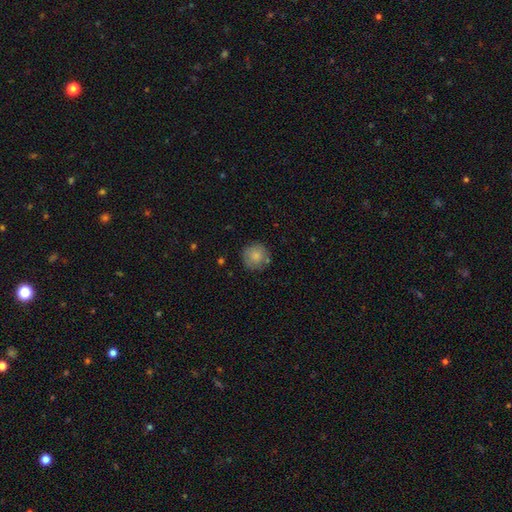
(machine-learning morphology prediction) smooth 81%, featured or disk 11%, star or artifact 8%. Down the decision tree: how rounded — round (94%); merging — none (81%).